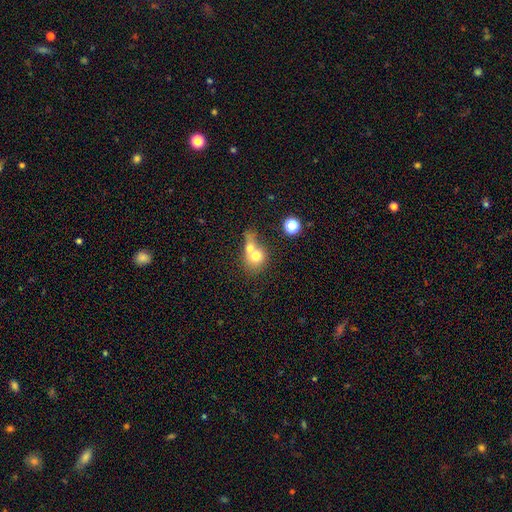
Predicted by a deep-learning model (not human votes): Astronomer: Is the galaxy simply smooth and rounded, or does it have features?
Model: smooth — 66%.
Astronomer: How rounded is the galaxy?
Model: round — 69%.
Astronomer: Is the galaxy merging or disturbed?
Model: merger — 65%.